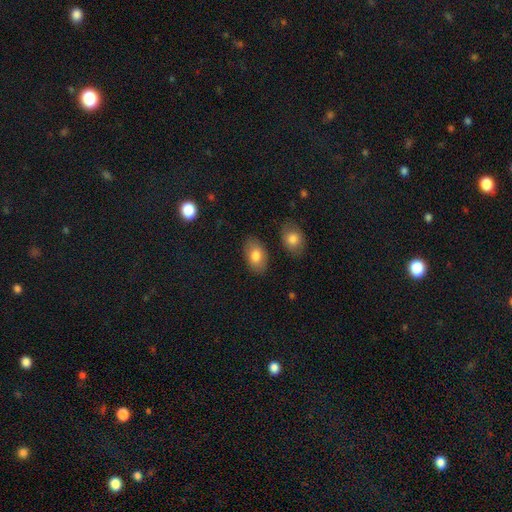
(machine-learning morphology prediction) Smooth or featured? Predicted: smooth (p=0.80). How rounded? Predicted: in between (p=0.93). Merging? Predicted: none (p=0.83).